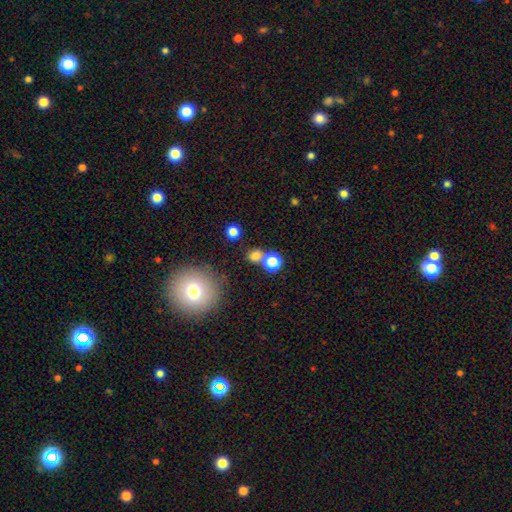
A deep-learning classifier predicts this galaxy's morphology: Overall: smooth (75%). How rounded: round (82%). Merging: none (56%; merger 32%).